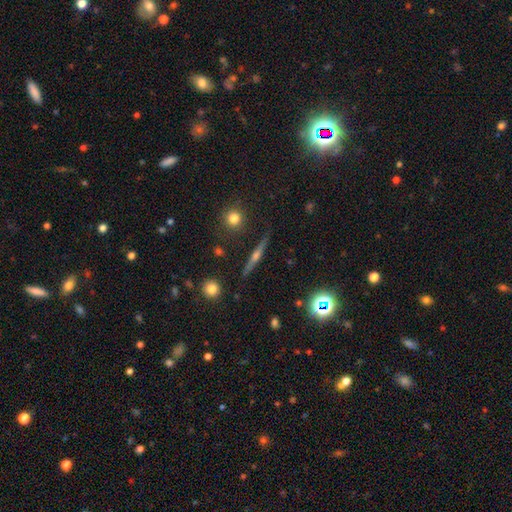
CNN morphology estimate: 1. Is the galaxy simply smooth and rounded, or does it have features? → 69% featured or disk, 21% smooth, 10% star or artifact.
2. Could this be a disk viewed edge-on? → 97% yes, 3% no.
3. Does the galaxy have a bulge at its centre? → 83% rounded, 11% none, 6% boxy.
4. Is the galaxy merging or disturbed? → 89% none, 7% minor disturbance, 2% major disturbance, 2% merger.